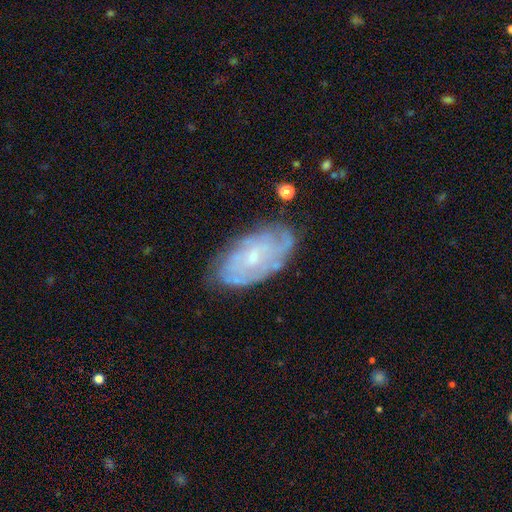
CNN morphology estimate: Smooth or featured? Predicted: featured or disk (p=0.70). Edge-on disk? Predicted: no (p=0.93). Bar? Predicted: no (p=0.72). Spiral arms? Predicted: yes (p=0.85). Spiral winding? Predicted: tight (p=0.68). Spiral arm count? Predicted: can't tell (p=0.55). Bulge size? Predicted: small (p=0.73). Merging? Predicted: none (p=0.74).